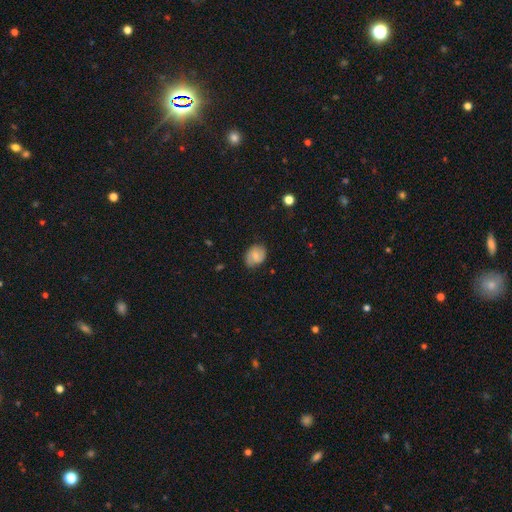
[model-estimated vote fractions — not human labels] Smooth or featured? Predicted: smooth (p=0.57). How rounded? Predicted: in between (p=0.53). Merging? Predicted: none (p=0.77).